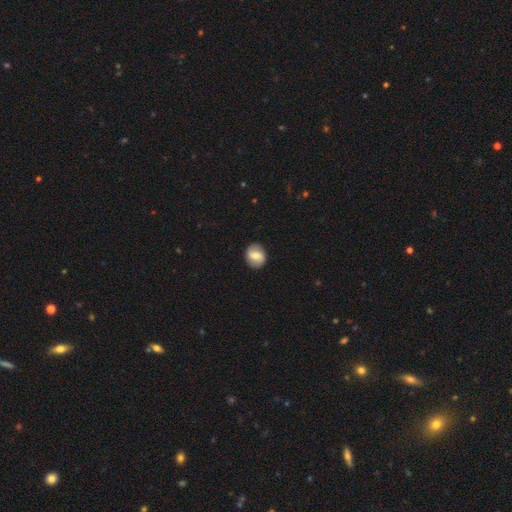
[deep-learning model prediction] A smooth galaxy with no disk features (64%) that is round (68%). Merging: none (87%).